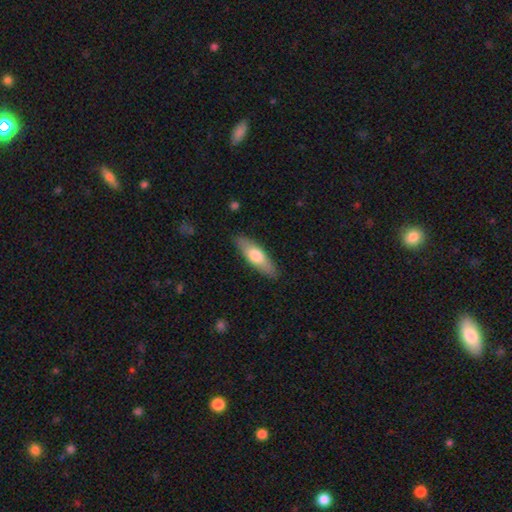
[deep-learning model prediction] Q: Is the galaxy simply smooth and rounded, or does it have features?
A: smooth — 66%.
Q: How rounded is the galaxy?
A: in between — 51%.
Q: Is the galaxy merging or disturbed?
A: none — 86%.